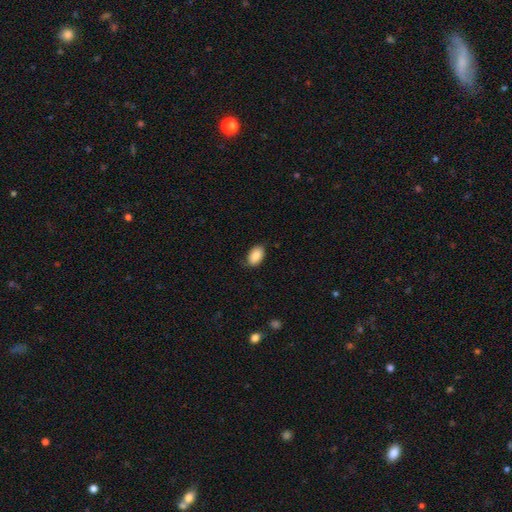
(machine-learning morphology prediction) This appears to be a smooth galaxy with no disk features (88%) that is in between round and cigar-shaped (92%). Merging: none (82%).